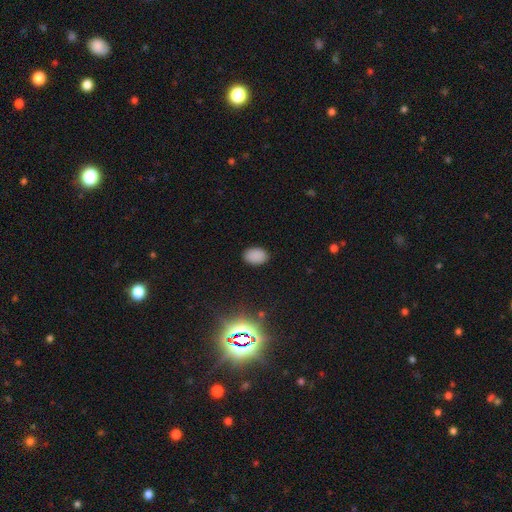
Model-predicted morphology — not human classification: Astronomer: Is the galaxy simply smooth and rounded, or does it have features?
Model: smooth — 85%.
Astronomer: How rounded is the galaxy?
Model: in between — 85%.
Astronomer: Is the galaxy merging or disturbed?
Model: none — 87%.